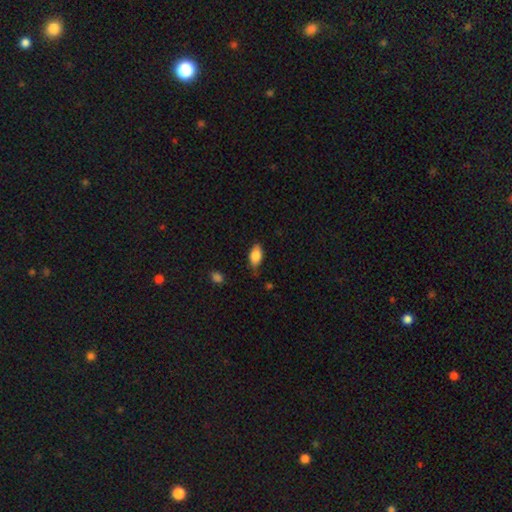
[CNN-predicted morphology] Smooth or featured? smooth (82%)
How rounded? in between (90%)
Merging? none (74%)